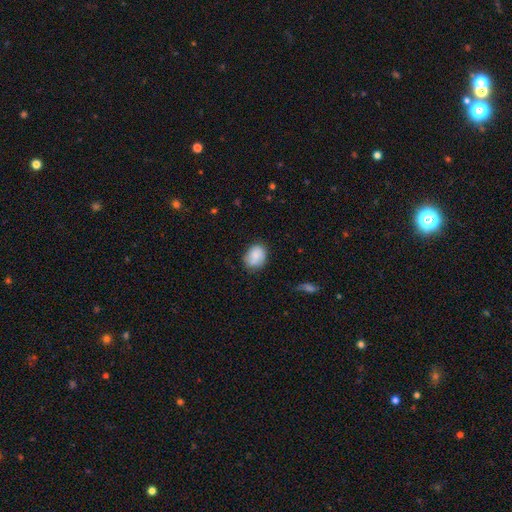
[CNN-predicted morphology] The model was most divided on "how rounded": in between: 56%, round: 43%, cigar-shaped: 1%. More confident: smooth or featured — smooth (76%); merging — none (72%).